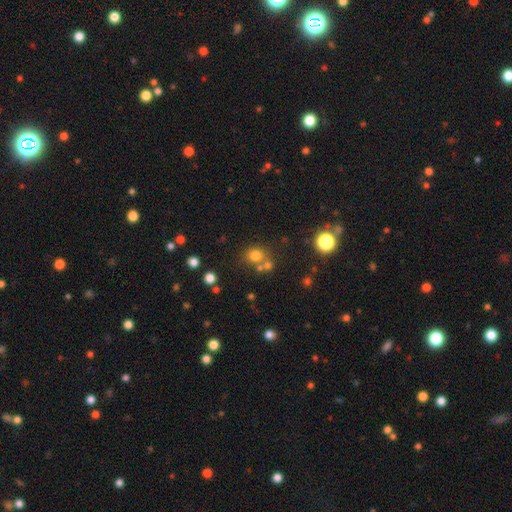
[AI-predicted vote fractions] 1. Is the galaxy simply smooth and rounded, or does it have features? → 74% smooth, 18% star or artifact, 8% featured or disk.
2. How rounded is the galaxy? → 82% round, 17% in between, 1% cigar-shaped.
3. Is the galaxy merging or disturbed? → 61% none, 27% merger, 9% minor disturbance, 4% major disturbance.